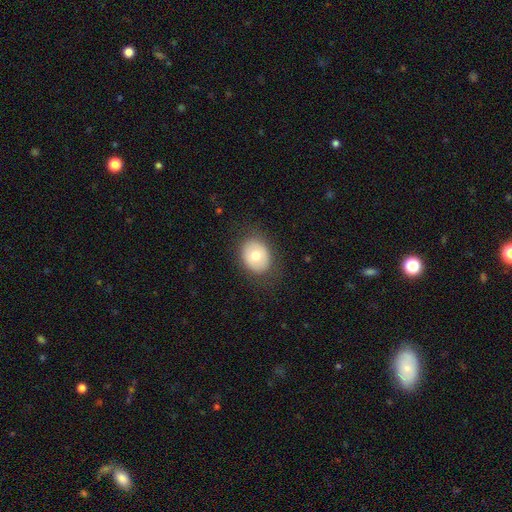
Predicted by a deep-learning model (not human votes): A smooth galaxy with no disk features (69%) that is in between round and cigar-shaped (52%).

Vote fractions:
- Smooth or featured? smooth: 69% / featured or disk: 23% / star or artifact: 8%
- How rounded? in between: 52% / round: 47% / cigar-shaped: 1%
- Merging? none: 83% / minor disturbance: 12% / major disturbance: 4% / merger: 1%